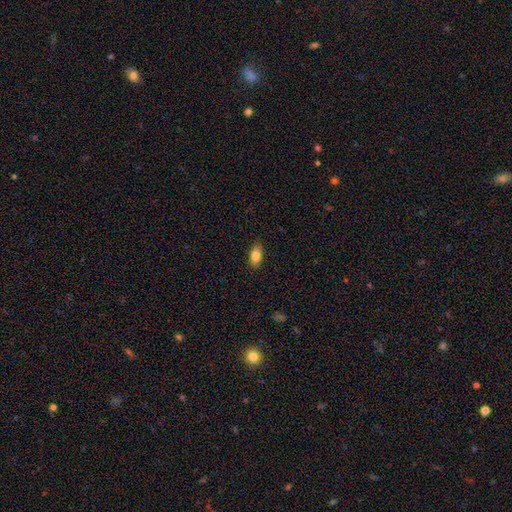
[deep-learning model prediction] smooth 82%, featured or disk 10%, star or artifact 8%. Down the decision tree: how rounded — in between (86%); merging — none (87%).